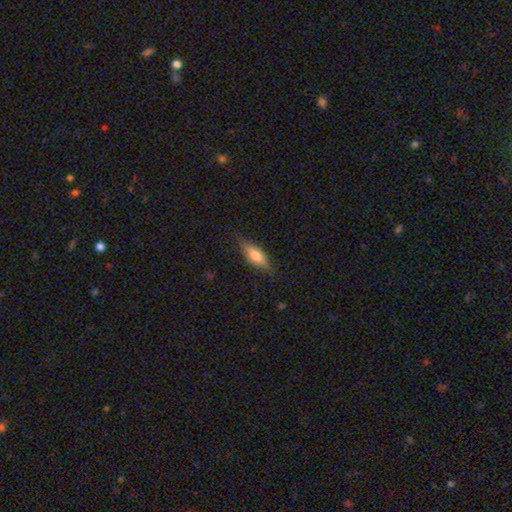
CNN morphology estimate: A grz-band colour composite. It shows a smooth galaxy with no disk features (67%) that is in between round and cigar-shaped (59%). Merging: none (79%).